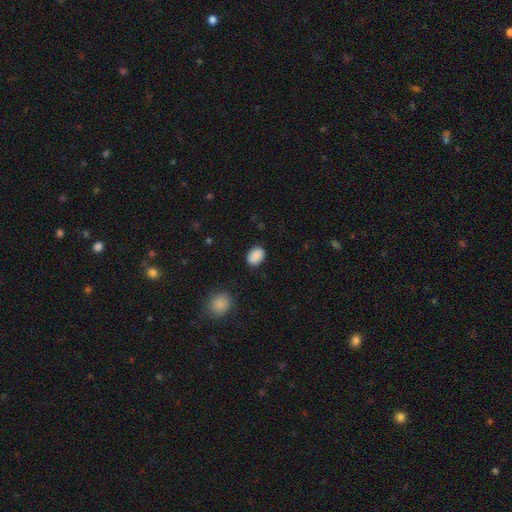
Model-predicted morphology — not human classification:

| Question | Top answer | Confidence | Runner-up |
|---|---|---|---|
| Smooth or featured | smooth | 89% | star or artifact (8%) |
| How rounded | in between | 73% | round (26%) |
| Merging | none | 85% | minor disturbance (11%) |